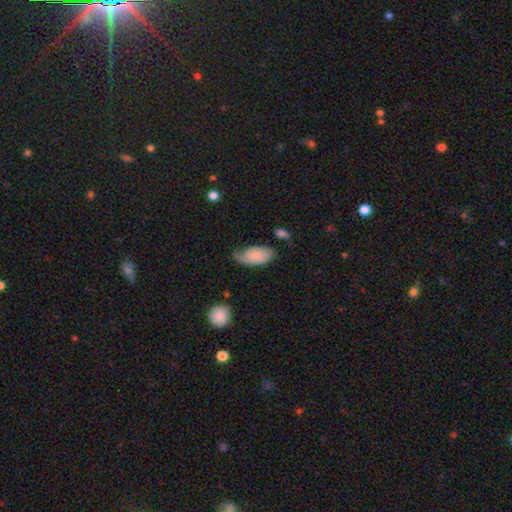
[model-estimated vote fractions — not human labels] A smooth galaxy with no disk features (76%) that is in between round and cigar-shaped (94%).

Vote fractions:
- Smooth or featured? smooth: 76% / featured or disk: 18% / star or artifact: 6%
- How rounded? in between: 94% / cigar-shaped: 4% / round: 3%
- Merging? none: 46% / minor disturbance: 39% / major disturbance: 12% / merger: 3%